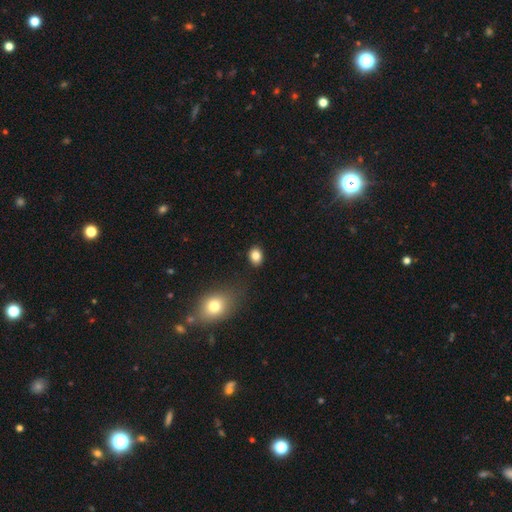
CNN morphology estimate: smooth-or-featured: smooth: 84% | star or artifact: 10% | featured or disk: 6%
  how-rounded: in between: 59% | round: 40% | cigar-shaped: 1%
  merging: none: 87% | minor disturbance: 8% | major disturbance: 2% | merger: 2%